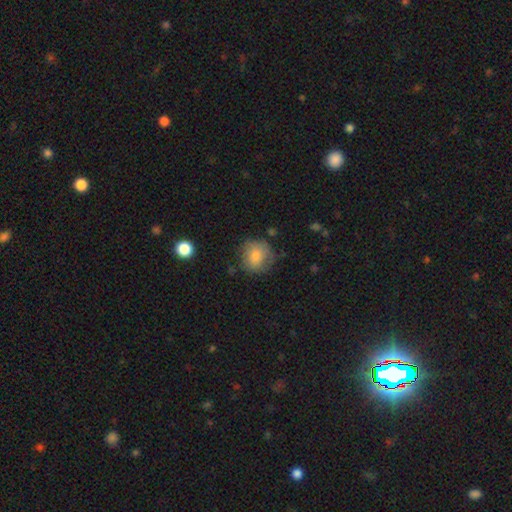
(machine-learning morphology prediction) Smooth or featured?
  - smooth: 79% *
  - featured or disk: 13%
  - star or artifact: 9%
How rounded?
  - round: 84% *
  - in between: 15%
  - cigar-shaped: 1%
Merging?
  - none: 73% *
  - minor disturbance: 20%
  - major disturbance: 5%
  - merger: 2%